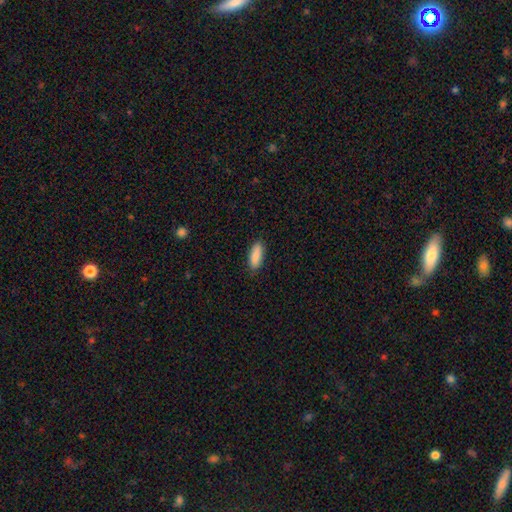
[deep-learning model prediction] A smooth galaxy with no disk features (89%) that is in between round and cigar-shaped (67%).

Vote fractions:
- Smooth or featured? smooth: 89% / star or artifact: 6% / featured or disk: 5%
- How rounded? in between: 67% / cigar-shaped: 31% / round: 2%
- Merging? none: 88% / minor disturbance: 9% / major disturbance: 2% / merger: 1%